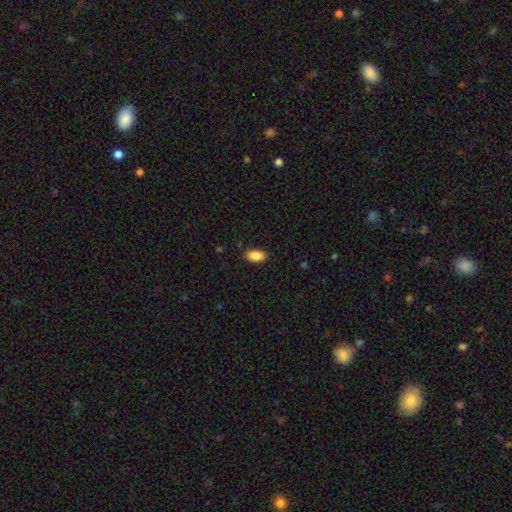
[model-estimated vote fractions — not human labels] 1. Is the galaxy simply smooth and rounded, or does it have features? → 87% smooth, 8% star or artifact, 5% featured or disk.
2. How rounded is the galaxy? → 93% in between, 4% round, 3% cigar-shaped.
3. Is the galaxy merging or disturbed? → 87% none, 9% minor disturbance, 2% major disturbance, 1% merger.